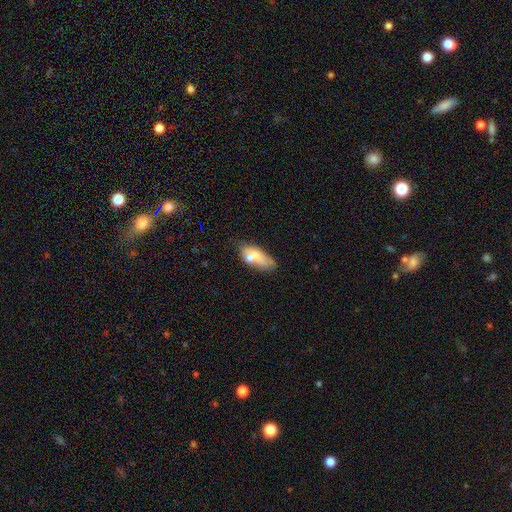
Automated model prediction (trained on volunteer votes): The model was most divided on "merging": none: 41%, merger: 28%, minor disturbance: 21%, major disturbance: 10%. More confident: how rounded — in between (81%); smooth or featured — smooth (64%).